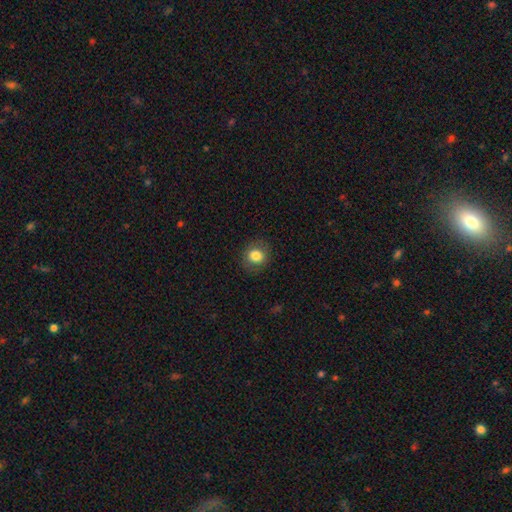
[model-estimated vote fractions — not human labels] Smooth or featured: smooth — 82% (star or artifact — 9%)
How rounded: round — 79% (in between — 20%)
Merging: none — 85% (minor disturbance — 10%)